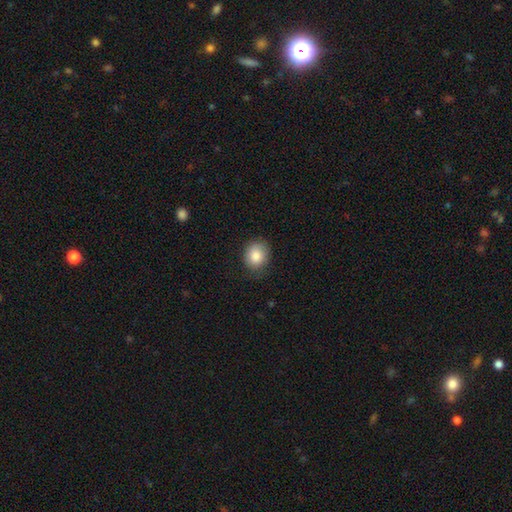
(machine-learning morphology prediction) Smooth or featured? Predicted: smooth (p=0.85). How rounded? Predicted: round (p=0.62). Merging? Predicted: none (p=0.74).